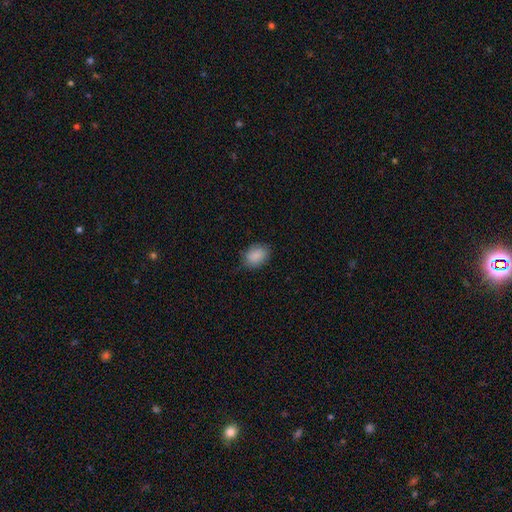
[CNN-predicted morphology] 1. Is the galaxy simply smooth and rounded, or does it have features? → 88% smooth, 7% star or artifact, 4% featured or disk.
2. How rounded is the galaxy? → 73% in between, 26% round, 1% cigar-shaped.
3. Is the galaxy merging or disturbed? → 79% none, 17% minor disturbance, 4% major disturbance, 1% merger.